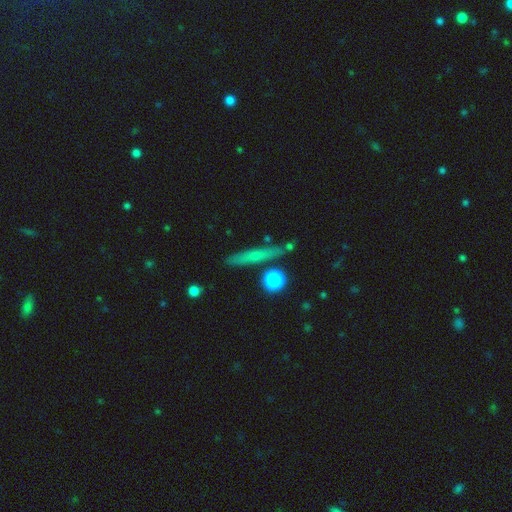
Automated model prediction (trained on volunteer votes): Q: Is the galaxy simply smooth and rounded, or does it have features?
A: featured or disk — 45%, tied with smooth.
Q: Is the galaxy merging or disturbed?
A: none — 82%.